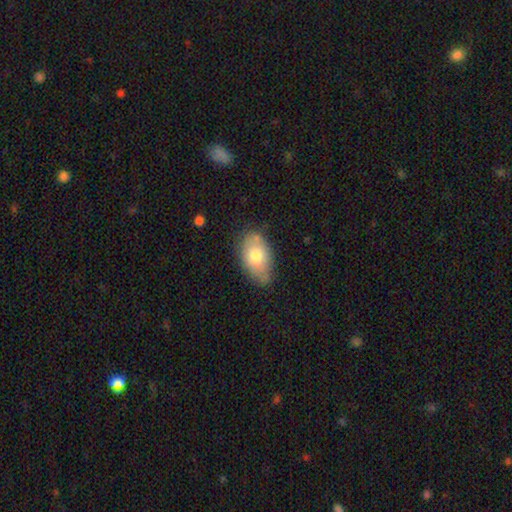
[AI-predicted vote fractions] smooth 72%, featured or disk 21%, star or artifact 7%. Down the decision tree: how rounded — in between (91%); merging — none (68%).